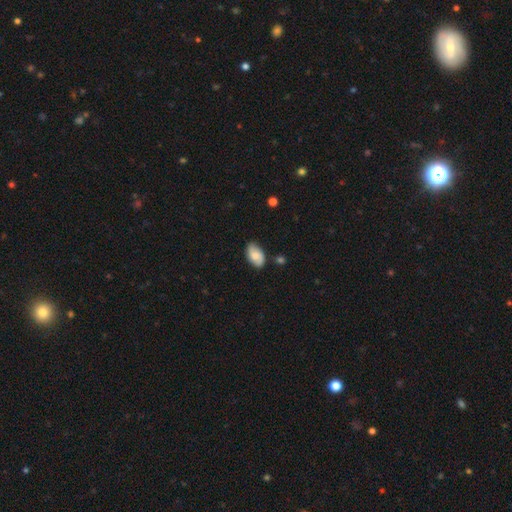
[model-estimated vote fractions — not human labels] Smooth or featured? smooth (68%)
How rounded? in between (93%)
Merging? none (75%)